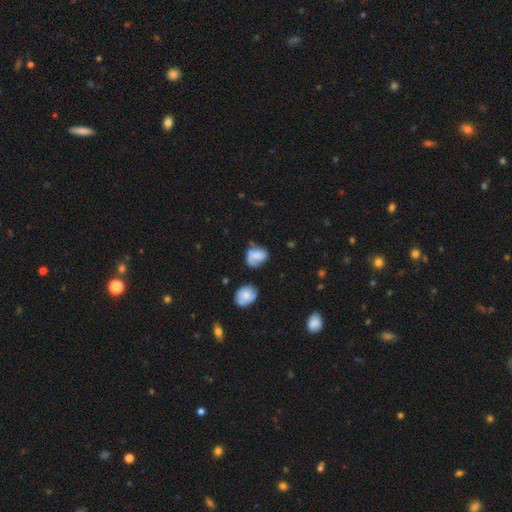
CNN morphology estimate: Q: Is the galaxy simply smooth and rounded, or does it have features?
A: smooth — 62%.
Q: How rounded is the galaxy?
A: in between — 61%.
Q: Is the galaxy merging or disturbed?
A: none — 40%.